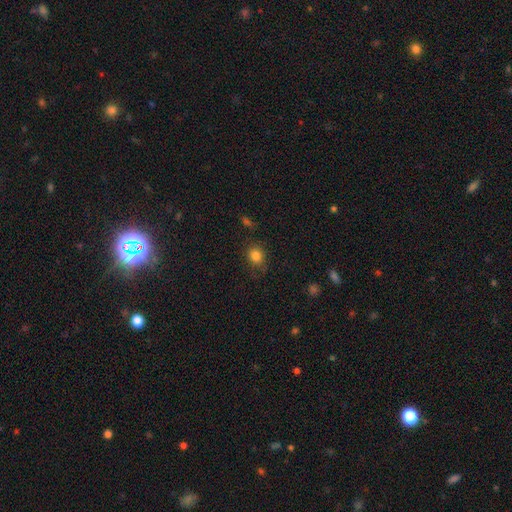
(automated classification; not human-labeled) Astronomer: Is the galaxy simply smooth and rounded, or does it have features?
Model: smooth — 83%.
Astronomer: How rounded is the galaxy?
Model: round — 62%.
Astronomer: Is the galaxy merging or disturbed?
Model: none — 77%.